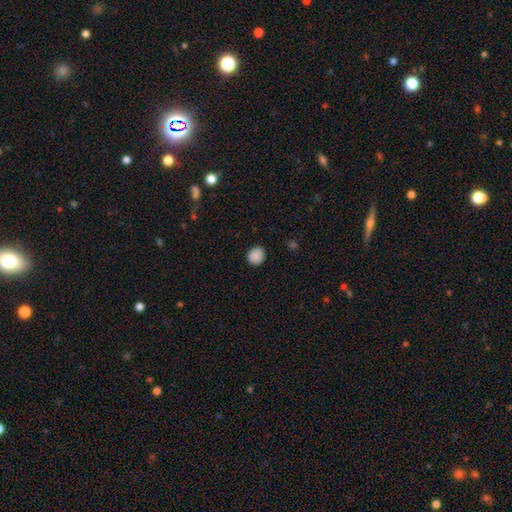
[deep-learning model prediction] Q: Smooth or featured?
A: smooth (88%); runner-up: star or artifact (9%)
Q: How rounded?
A: round (76%); runner-up: in between (23%)
Q: Merging?
A: none (86%); runner-up: minor disturbance (11%)